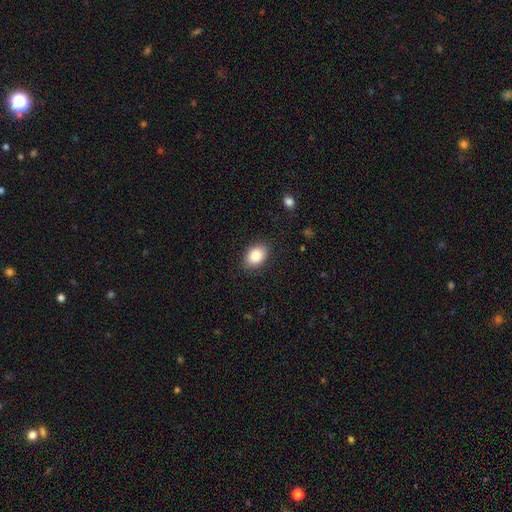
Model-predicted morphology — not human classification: Q: Smooth or featured?
A: smooth (87%); runner-up: star or artifact (7%)
Q: How rounded?
A: in between (77%); runner-up: round (22%)
Q: Merging?
A: none (83%); runner-up: minor disturbance (12%)